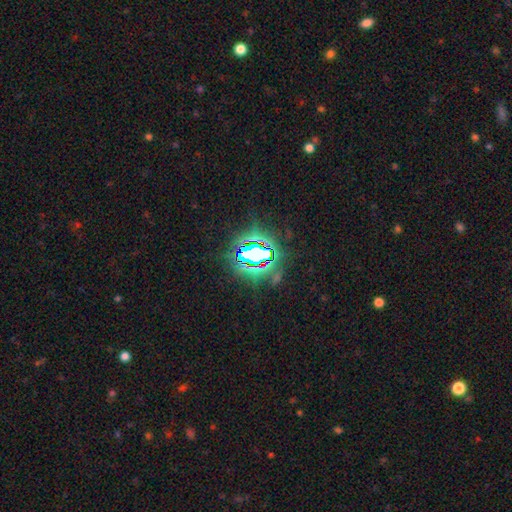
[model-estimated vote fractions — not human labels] Morphology: type=star or artifact (73%).